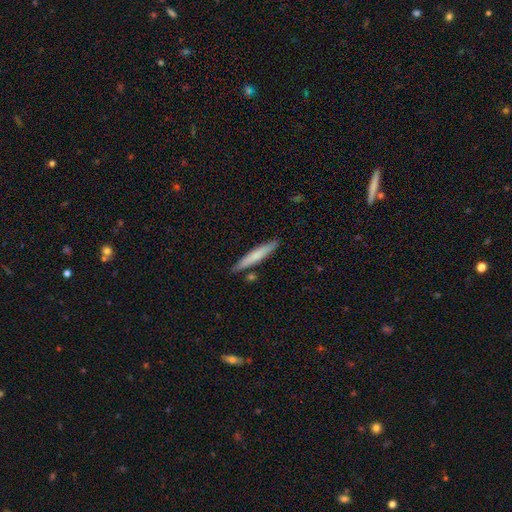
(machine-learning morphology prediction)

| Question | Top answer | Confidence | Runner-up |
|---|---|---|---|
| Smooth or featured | smooth | 70% | featured or disk (25%) |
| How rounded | cigar-shaped | 93% | in between (6%) |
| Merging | none | 84% | minor disturbance (10%) |